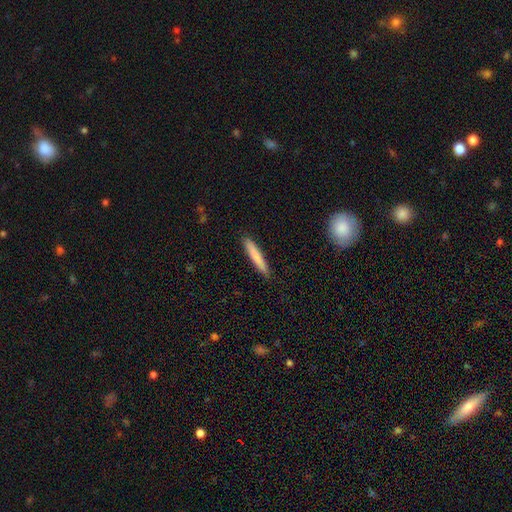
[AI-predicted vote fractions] smooth_or_featured: smooth (p=0.79) [alt: featured or disk p=0.16]
how_rounded: cigar-shaped (p=0.94) [alt: in between p=0.05]
merging: none (p=0.91) [alt: minor disturbance p=0.07]